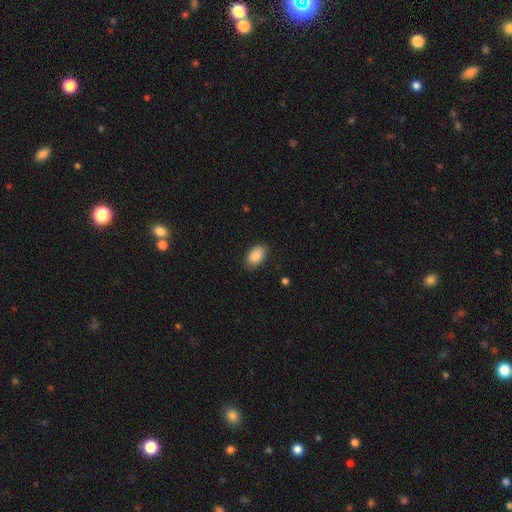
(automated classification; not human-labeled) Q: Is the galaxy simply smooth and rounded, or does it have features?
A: smooth — 89%.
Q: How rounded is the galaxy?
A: in between — 90%.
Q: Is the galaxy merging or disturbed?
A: none — 83%.